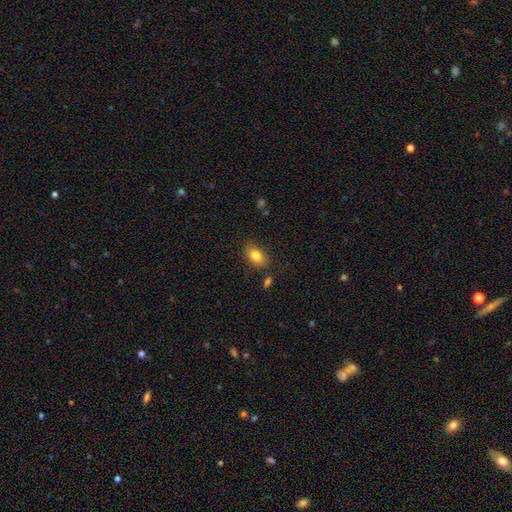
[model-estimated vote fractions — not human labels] Smooth or featured? smooth (83%)
How rounded? in between (89%)
Merging? none (82%)